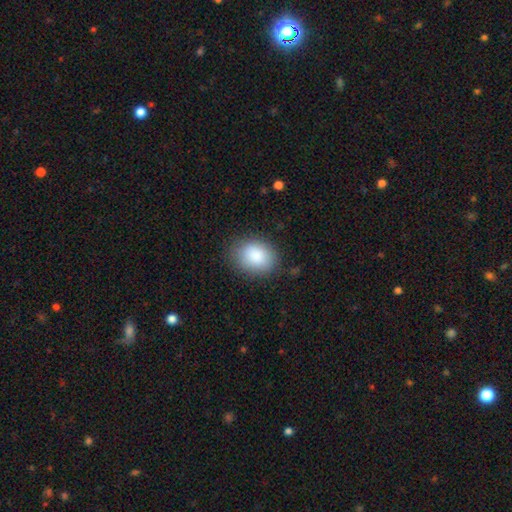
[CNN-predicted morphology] This is clearly a smooth galaxy (87%). How rounded: likely in between (63%). Merging: clearly none (82%).